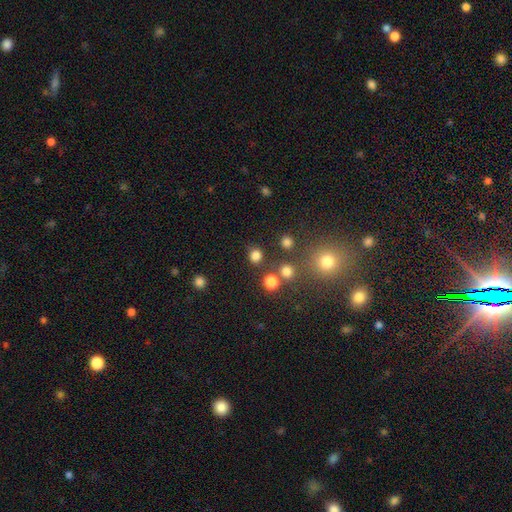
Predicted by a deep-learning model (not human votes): smooth_or_featured: smooth (p=0.79) [alt: star or artifact p=0.17]
how_rounded: round (p=0.87) [alt: in between p=0.12]
merging: none (p=0.81) [alt: minor disturbance p=0.08]